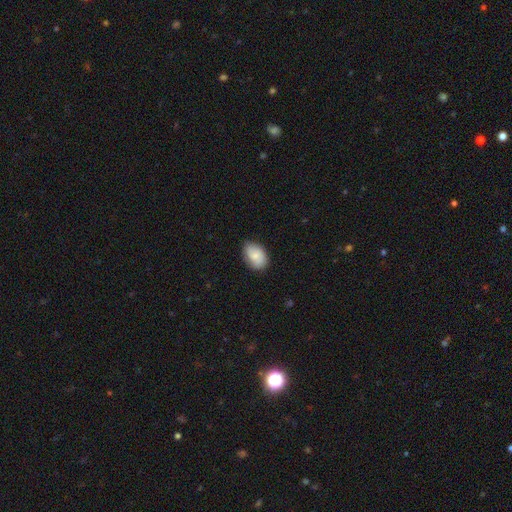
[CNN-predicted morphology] Smooth or featured: smooth — 76% (featured or disk — 17%)
How rounded: in between — 86% (round — 13%)
Merging: none — 75% (minor disturbance — 20%)